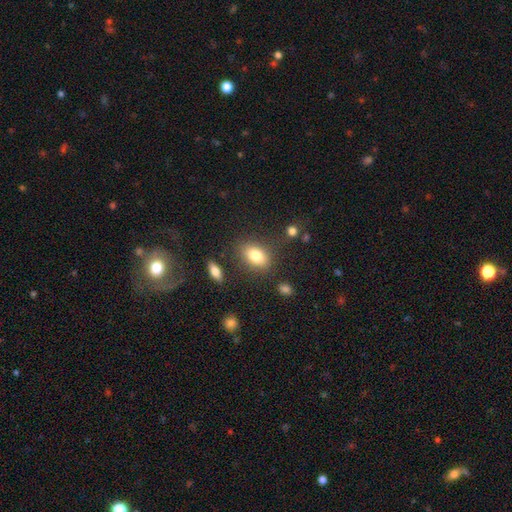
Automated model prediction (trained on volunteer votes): Smooth or featured? smooth (81%)
How rounded? in between (82%)
Merging? none (79%)